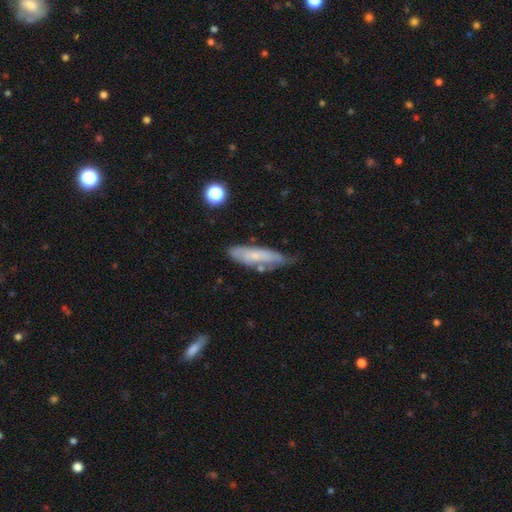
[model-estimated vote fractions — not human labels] The model was most divided on "merging": none: 52%, minor disturbance: 33%, major disturbance: 9%, merger: 6%. More confident: how rounded — cigar-shaped (62%); smooth or featured — smooth (59%).